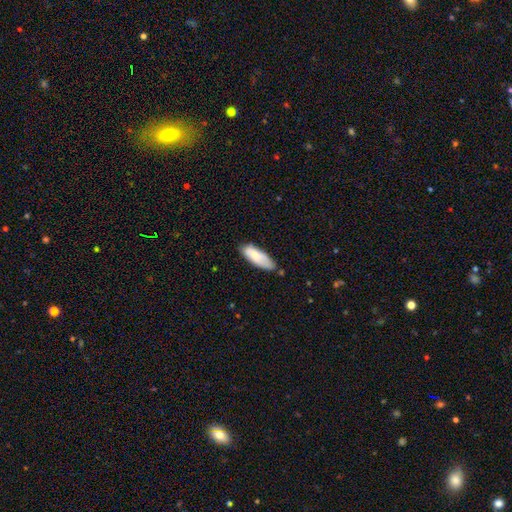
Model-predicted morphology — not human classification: Overall: smooth (77%). How rounded: in between (66%; cigar-shaped 33%). Merging: none (66%).